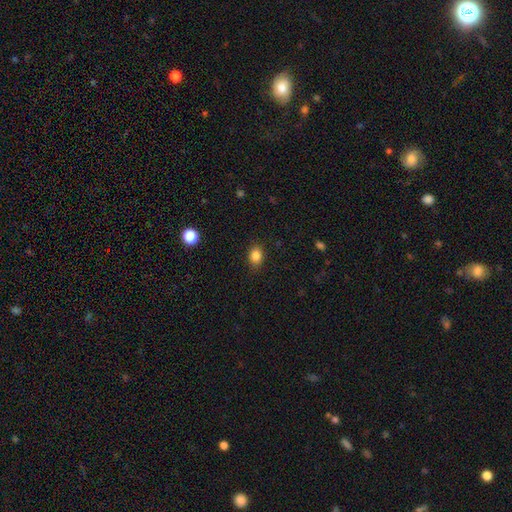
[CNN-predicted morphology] A smooth galaxy with no disk features (85%) that is in between round and cigar-shaped (58%).

Vote fractions:
- Smooth or featured? smooth: 85% / star or artifact: 11% / featured or disk: 5%
- How rounded? in between: 58% / round: 41% / cigar-shaped: 1%
- Merging? none: 86% / minor disturbance: 10% / major disturbance: 3% / merger: 1%